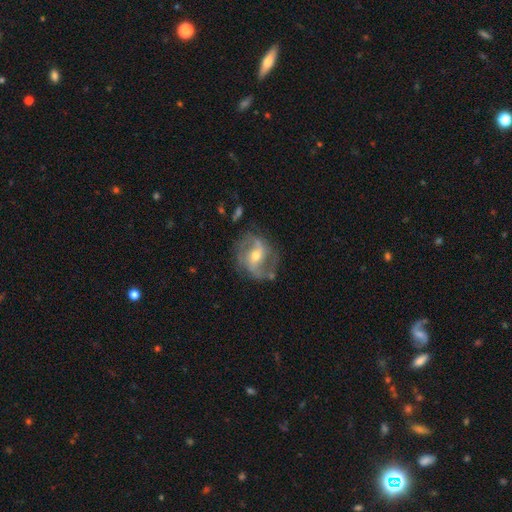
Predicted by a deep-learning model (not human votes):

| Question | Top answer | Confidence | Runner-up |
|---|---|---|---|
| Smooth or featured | featured or disk | 83% | smooth (11%) |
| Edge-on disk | no | 97% | yes (3%) |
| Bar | weak | 42% | strong (33%) |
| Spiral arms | yes | 91% | no (9%) |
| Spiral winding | medium | 47% | loose (36%) |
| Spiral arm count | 2 | 85% | can't tell (7%) |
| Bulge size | moderate | 58% | small (38%) |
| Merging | none | 71% | minor disturbance (18%) |